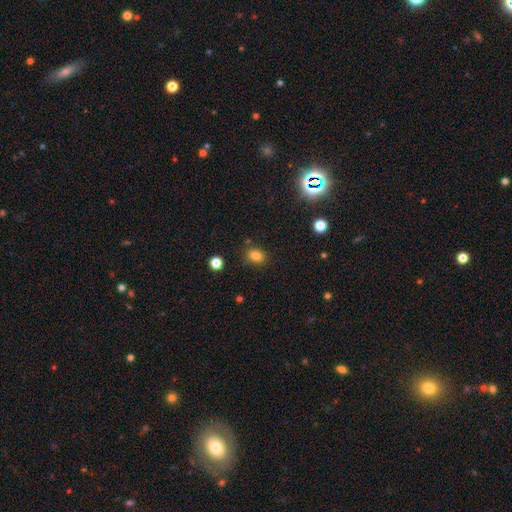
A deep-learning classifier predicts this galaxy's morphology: A smooth galaxy with no disk features (81%) that is in between round and cigar-shaped (62%). Merging: none (82%).